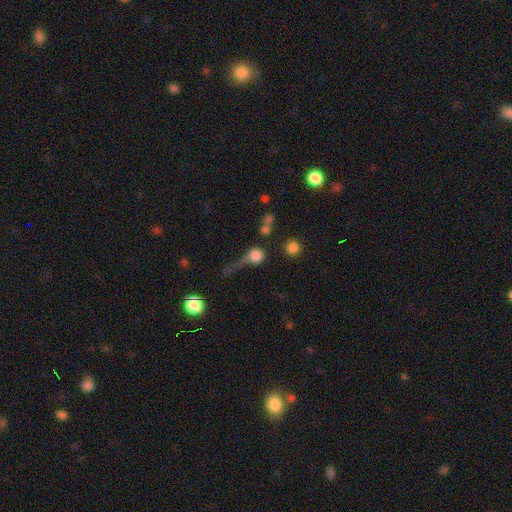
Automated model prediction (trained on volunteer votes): Smooth or featured: smooth — 71% (featured or disk — 14%)
How rounded: round — 84% (in between — 13%)
Merging: none — 35% (major disturbance — 32%)